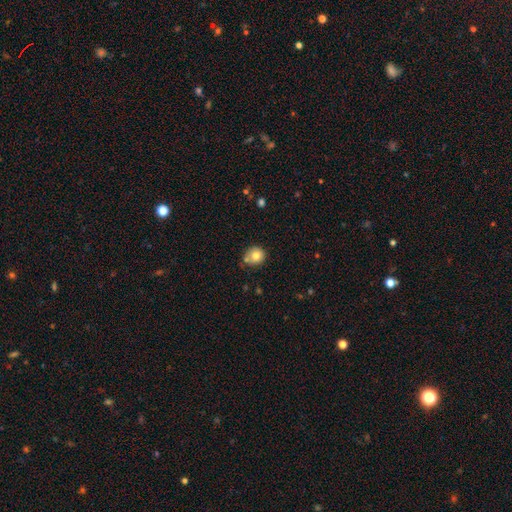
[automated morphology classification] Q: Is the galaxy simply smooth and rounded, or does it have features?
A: smooth — 79%.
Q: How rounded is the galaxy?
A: round — 85%.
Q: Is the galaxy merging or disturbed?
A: none — 65%.